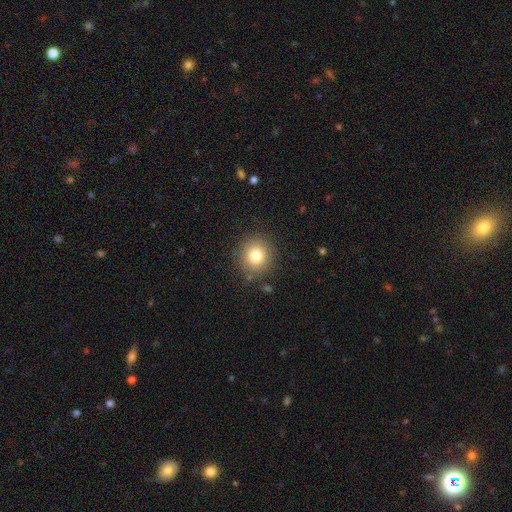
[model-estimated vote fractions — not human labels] The model was most divided on "smooth or featured": smooth: 80%, star or artifact: 11%, featured or disk: 9%. More confident: how rounded — round (89%); merging — none (86%).